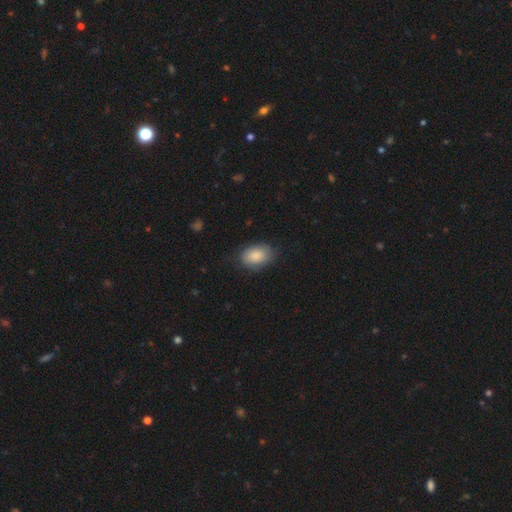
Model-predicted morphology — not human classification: Smooth or featured? smooth (83%)
How rounded? in between (87%)
Merging? none (75%)